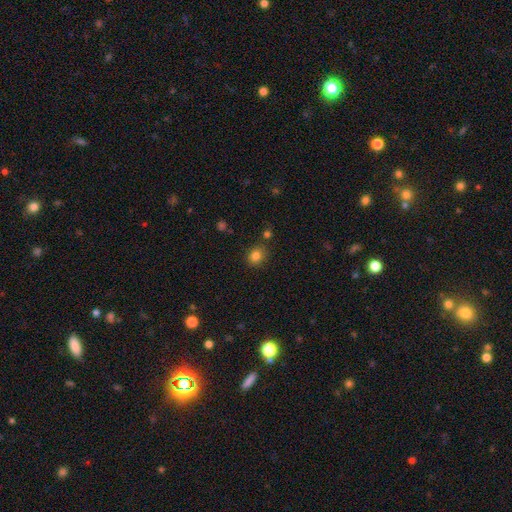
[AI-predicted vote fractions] Smooth or featured?
  - smooth: 82% *
  - star or artifact: 13%
  - featured or disk: 5%
How rounded?
  - round: 74% *
  - in between: 25%
  - cigar-shaped: 1%
Merging?
  - none: 81% *
  - minor disturbance: 11%
  - merger: 5%
  - major disturbance: 3%